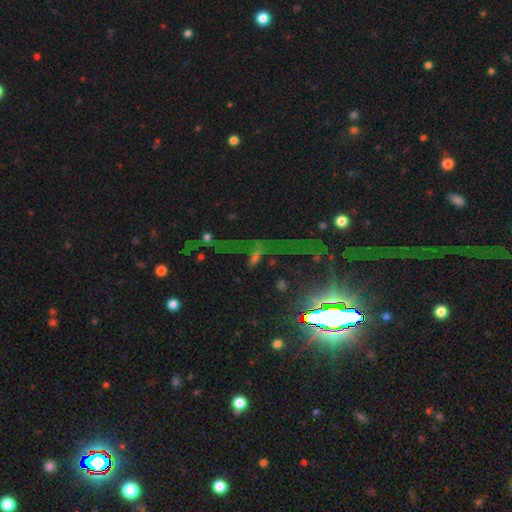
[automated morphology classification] A star or artifact, not a galaxy (51%).